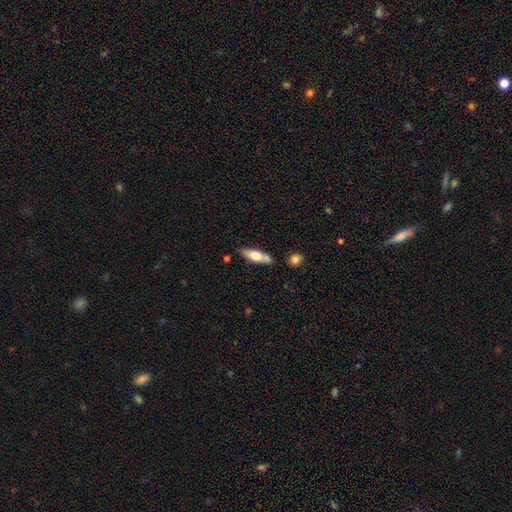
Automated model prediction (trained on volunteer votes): This is possibly a smooth galaxy (57%). How rounded: possibly in between (55%). Merging: likely none (72%).